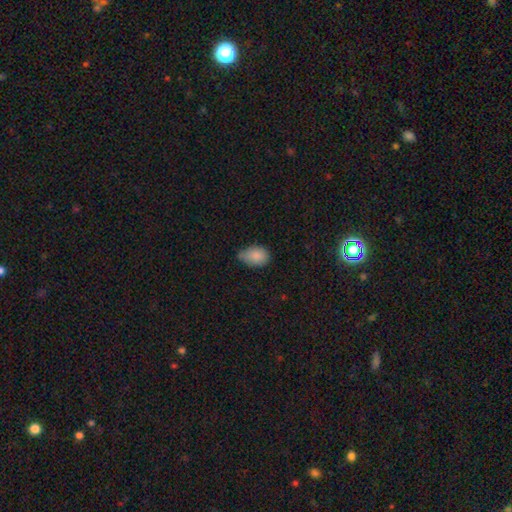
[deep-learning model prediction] Morphology: type=smooth (86%); roundness=in between (79%); merging=none (45%).